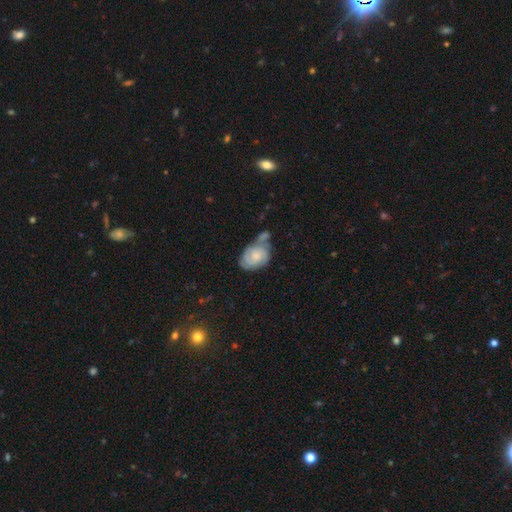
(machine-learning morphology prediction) featured or disk 52%, smooth 41%, star or artifact 7%. Down the decision tree: edge-on disk — no (96%); merging — none (34%).